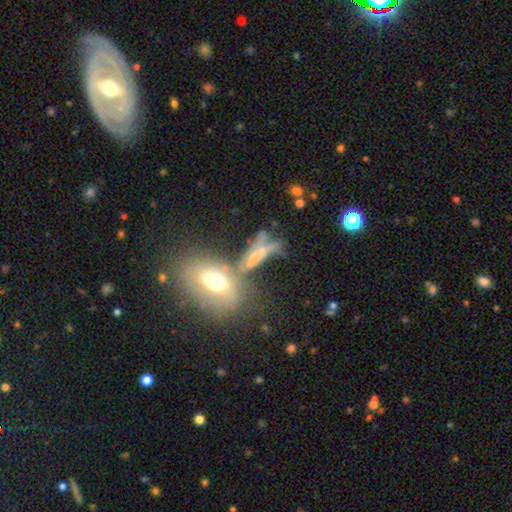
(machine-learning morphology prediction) Overall: smooth (43%; featured or disk 42%). Merging: merger (40%; none 28%).